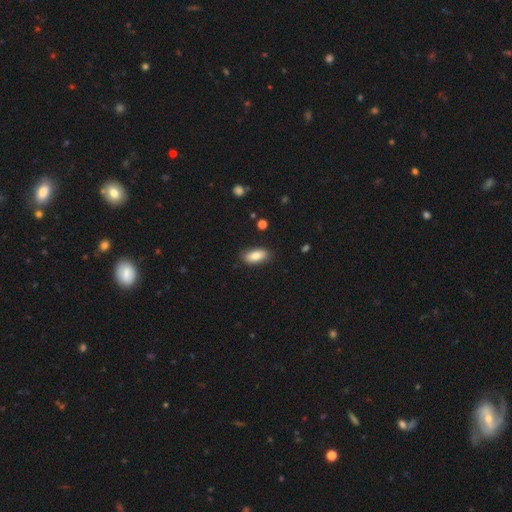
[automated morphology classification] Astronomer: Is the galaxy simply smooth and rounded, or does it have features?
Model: smooth — 84%.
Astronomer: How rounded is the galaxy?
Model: in between — 89%.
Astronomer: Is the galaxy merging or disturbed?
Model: none — 86%.